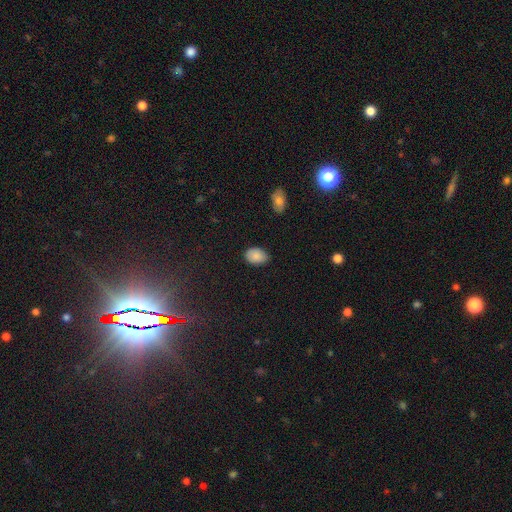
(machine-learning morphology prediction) Q: Smooth or featured?
A: smooth (86%); runner-up: star or artifact (8%)
Q: How rounded?
A: in between (84%); runner-up: round (15%)
Q: Merging?
A: none (75%); runner-up: minor disturbance (20%)